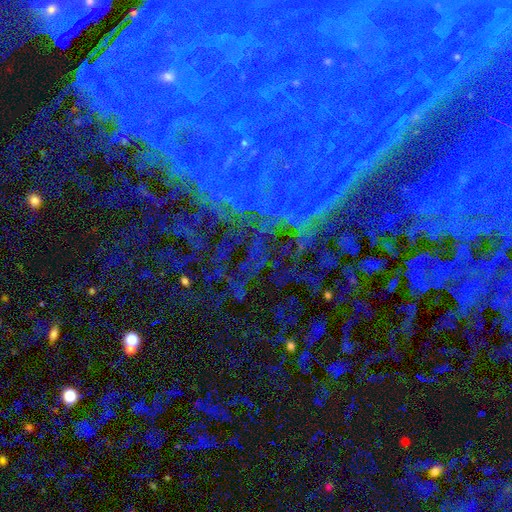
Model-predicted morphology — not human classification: The model was most divided on "smooth or featured": star or artifact: 73%, featured or disk: 16%, smooth: 11%.